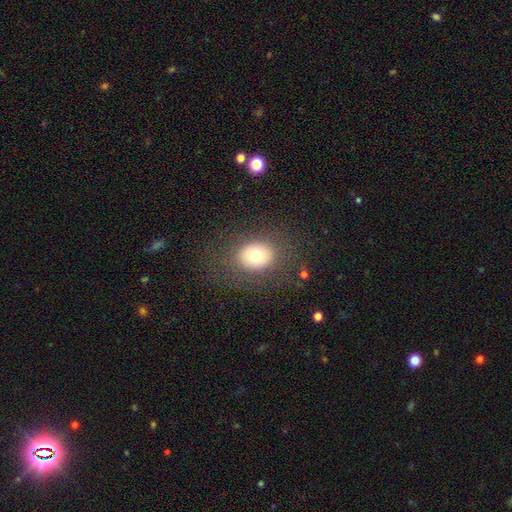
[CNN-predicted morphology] Smooth or featured? smooth (72%)
How rounded? round (55%)
Merging? none (80%)